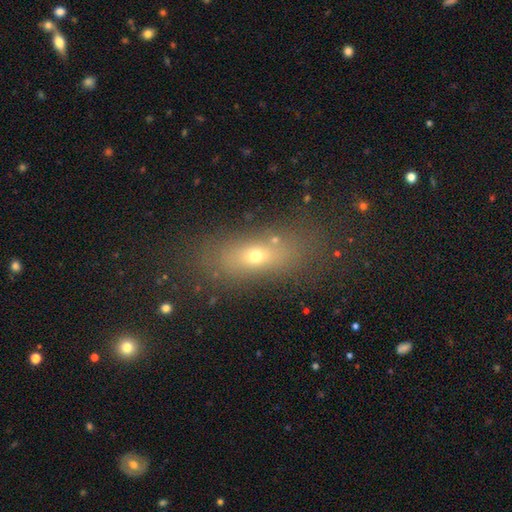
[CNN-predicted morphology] Smooth or featured? smooth (58%)
How rounded? in between (62%)
Merging? none (74%)